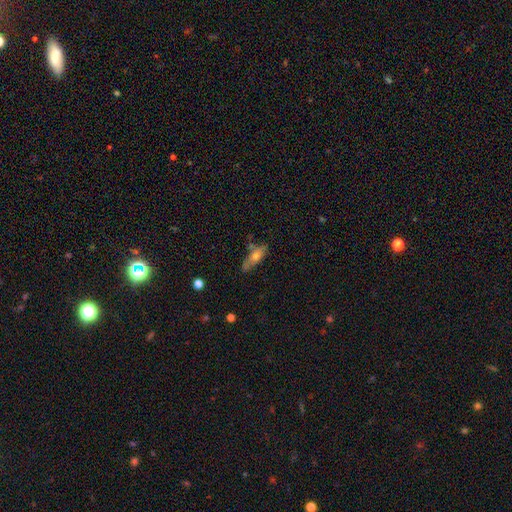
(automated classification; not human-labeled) Morphology: type=smooth (56%); roundness=in between (54%); merging=none (68%).